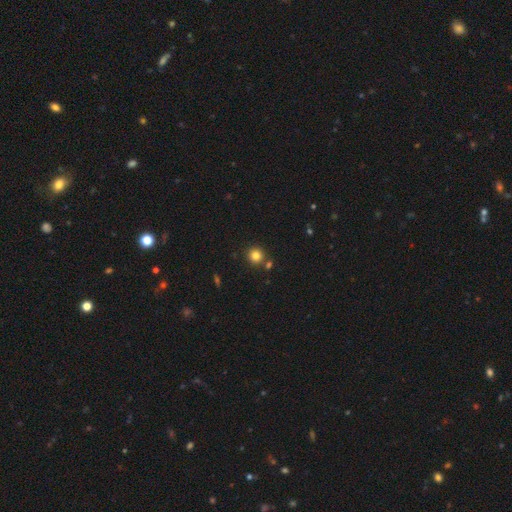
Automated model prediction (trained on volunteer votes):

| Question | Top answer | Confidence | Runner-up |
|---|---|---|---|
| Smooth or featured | smooth | 82% | star or artifact (12%) |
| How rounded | round | 94% | in between (5%) |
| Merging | none | 81% | merger (10%) |